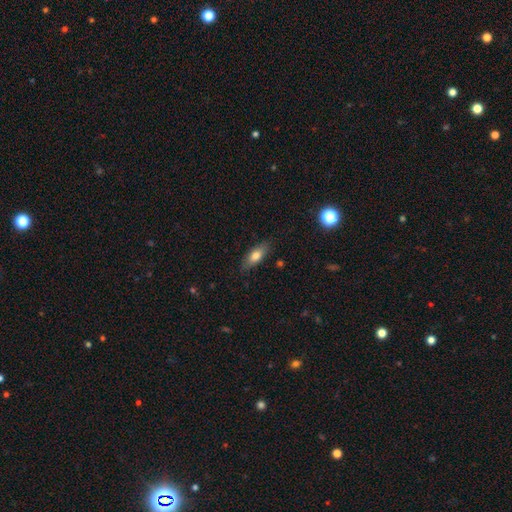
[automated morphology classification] Smooth or featured?
  - smooth: 73% *
  - featured or disk: 19%
  - star or artifact: 7%
How rounded?
  - in between: 71% *
  - cigar-shaped: 25%
  - round: 3%
Merging?
  - none: 83% *
  - minor disturbance: 13%
  - major disturbance: 3%
  - merger: 1%